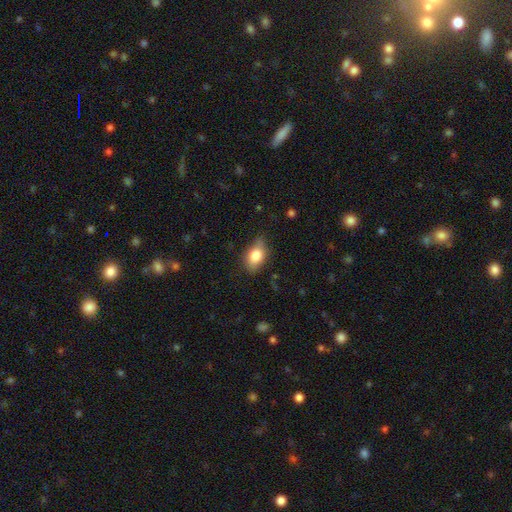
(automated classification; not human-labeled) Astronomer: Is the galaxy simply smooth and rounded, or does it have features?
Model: smooth — 80%.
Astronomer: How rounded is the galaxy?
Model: in between — 85%.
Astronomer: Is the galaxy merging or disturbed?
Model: none — 68%.